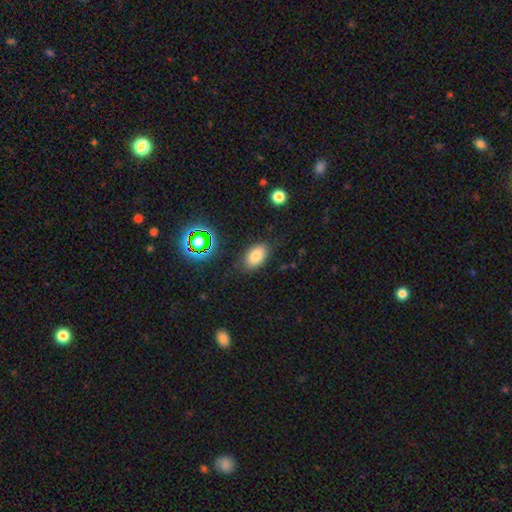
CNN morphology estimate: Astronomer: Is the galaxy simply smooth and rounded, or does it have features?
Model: smooth — 77%.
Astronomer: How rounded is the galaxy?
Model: in between — 90%.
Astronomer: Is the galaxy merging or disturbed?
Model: none — 81%.